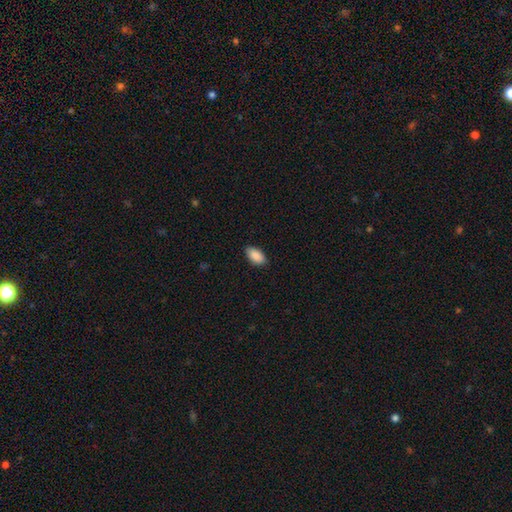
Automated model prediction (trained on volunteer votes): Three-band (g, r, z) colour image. It shows a smooth galaxy with no disk features (90%) that is in between round and cigar-shaped (94%). Merging: none (87%).